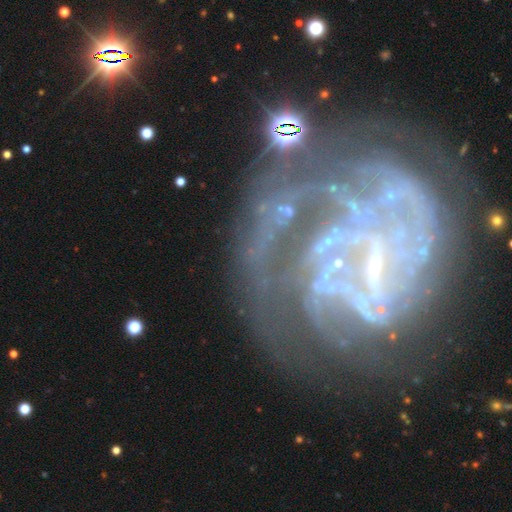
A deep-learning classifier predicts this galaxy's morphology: A featured or disk galaxy (68%) with no bar (40%), tight (50%) spiral arms (80%) and a small central bulge (51%).

Vote fractions:
- Smooth or featured? featured or disk: 68% / star or artifact: 21% / smooth: 11%
- Edge-on disk? no: 95% / yes: 5%
- Bar? no: 40% / strong: 33% / weak: 27%
- Spiral arms? yes: 80% / no: 20%
- Spiral winding? tight: 50% / medium: 33% / loose: 16%
- Spiral arm count? can't tell: 29% / 2: 27% / 3: 15% / 1: 10% / 4: 10% / more than 4: 9%
- Bulge size? small: 51% / none: 22% / moderate: 21% / large: 4% / dominant: 3%
- Merging? none: 55% / major disturbance: 20% / minor disturbance: 18% / merger: 6%